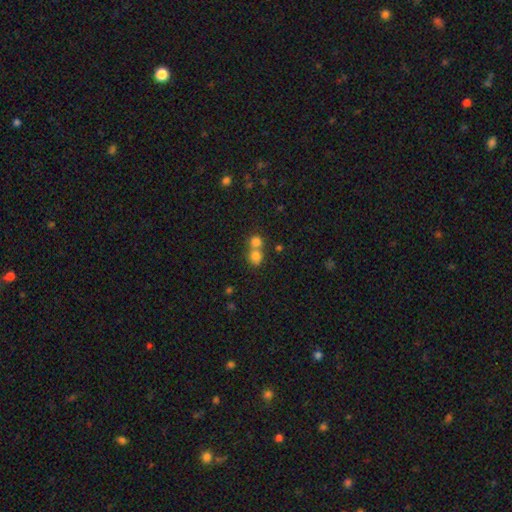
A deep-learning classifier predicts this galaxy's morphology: Smooth or featured? smooth (78%)
How rounded? round (79%)
Merging? merger (54%)